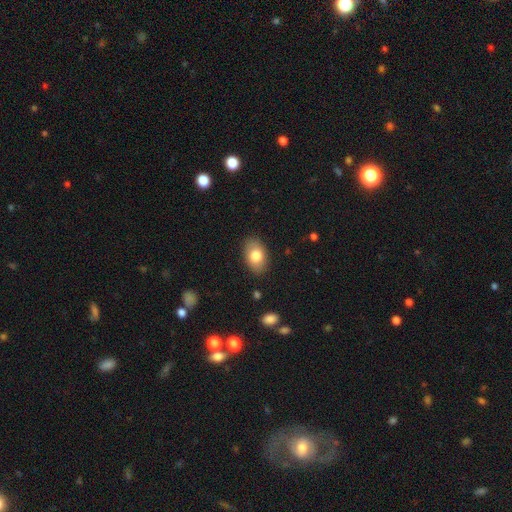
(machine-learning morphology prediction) Smooth or featured? smooth (79%)
How rounded? in between (88%)
Merging? none (86%)